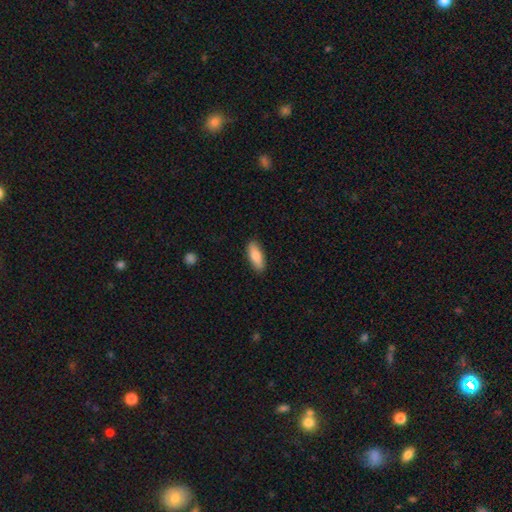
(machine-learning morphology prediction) A smooth galaxy with no disk features (83%) that is in between round and cigar-shaped (65%).

Vote fractions:
- Smooth or featured? smooth: 83% / featured or disk: 11% / star or artifact: 6%
- How rounded? in between: 65% / cigar-shaped: 33% / round: 2%
- Merging? none: 88% / minor disturbance: 9% / major disturbance: 2% / merger: 1%